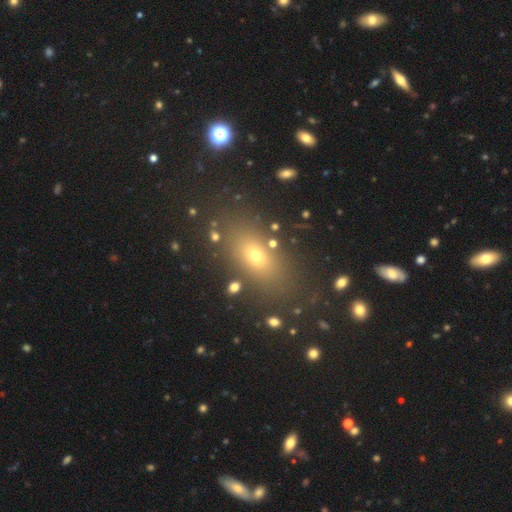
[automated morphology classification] Overall: smooth (63%). How rounded: in between (75%). Merging: none (83%).